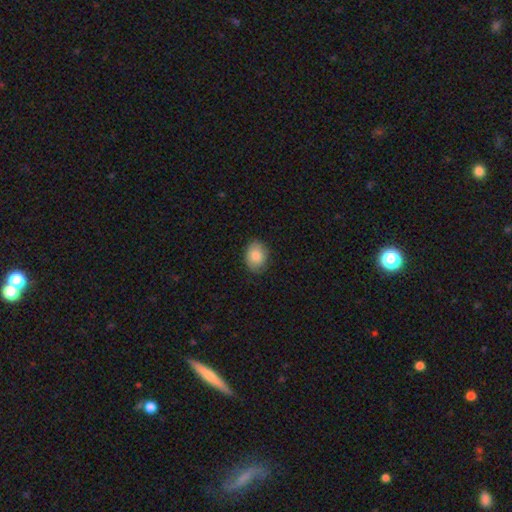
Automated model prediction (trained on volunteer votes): smooth_or_featured: smooth (p=0.85) [alt: featured or disk p=0.08]
how_rounded: in between (p=0.71) [alt: round p=0.28]
merging: none (p=0.82) [alt: minor disturbance p=0.14]